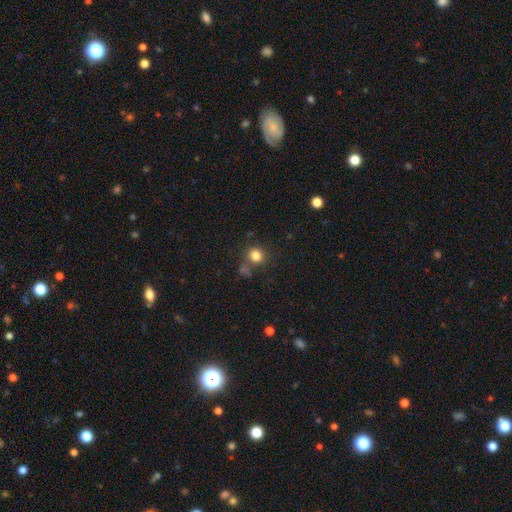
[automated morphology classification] Smooth or featured: smooth — 81% (star or artifact — 13%)
How rounded: round — 87% (in between — 12%)
Merging: none — 71% (merger — 12%)